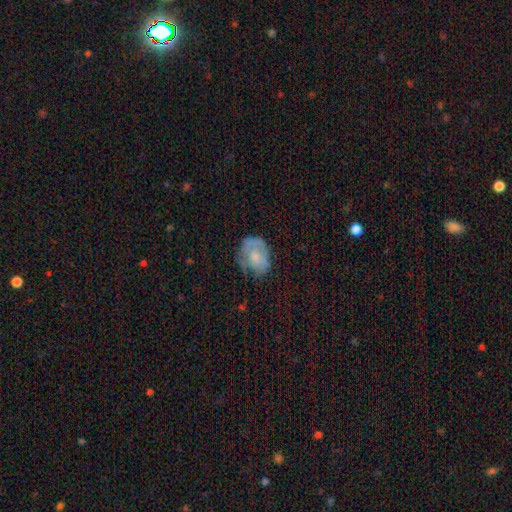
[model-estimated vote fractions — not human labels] This is possibly a smooth galaxy (55%). How rounded: possibly in between (51%). Merging: possibly none (52%).